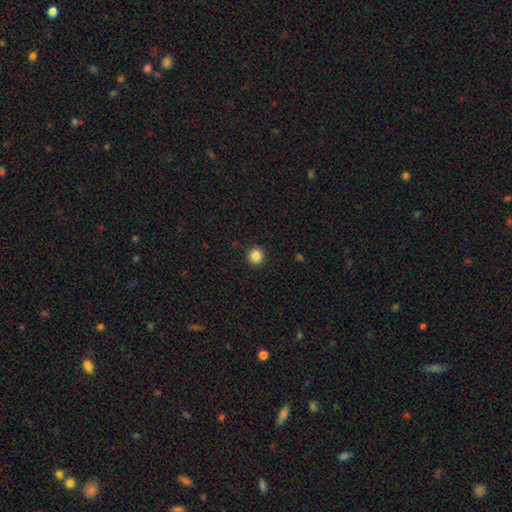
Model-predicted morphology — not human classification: smooth_or_featured: smooth (p=0.86) [alt: star or artifact p=0.11]
how_rounded: round (p=0.95) [alt: in between p=0.04]
merging: none (p=0.92) [alt: minor disturbance p=0.05]